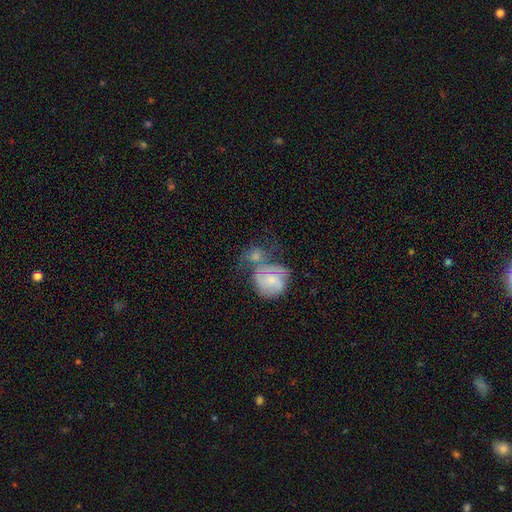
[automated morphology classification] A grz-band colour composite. It shows a featured or disk galaxy (56%) with no bar (63%), spiral arms (83%) and a small central bulge (47%). Merging: merger (48%).